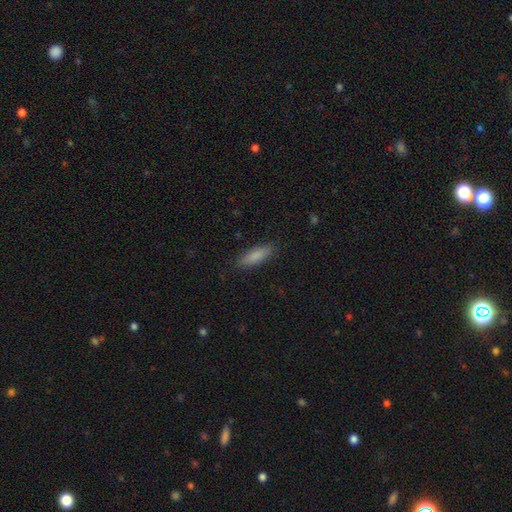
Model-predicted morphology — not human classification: smooth_or_featured: smooth (p=0.85) [alt: featured or disk p=0.08]
how_rounded: cigar-shaped (p=0.52) [alt: in between p=0.47]
merging: none (p=0.88) [alt: minor disturbance p=0.09]